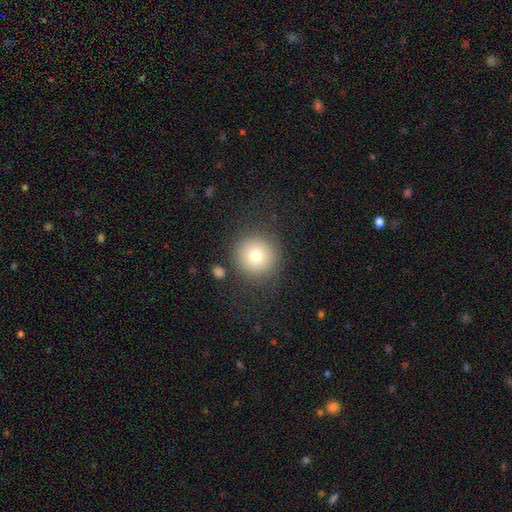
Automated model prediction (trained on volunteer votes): This is likely a smooth galaxy (75%). How rounded: clearly round (95%). Merging: clearly none (83%).